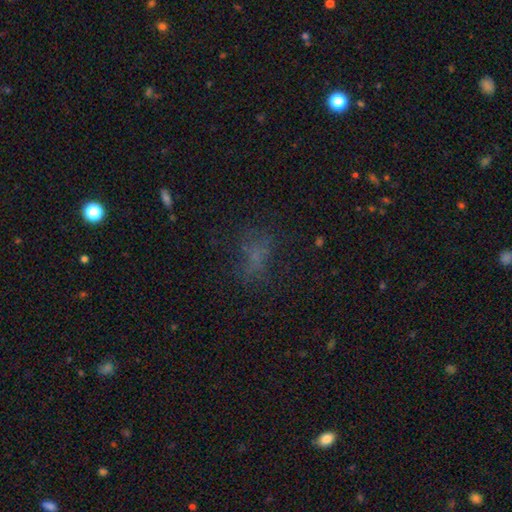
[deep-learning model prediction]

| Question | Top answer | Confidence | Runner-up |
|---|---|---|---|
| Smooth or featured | smooth | 51% | star or artifact (30%) |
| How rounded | in between | 72% | round (21%) |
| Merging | none | 56% | major disturbance (22%) |